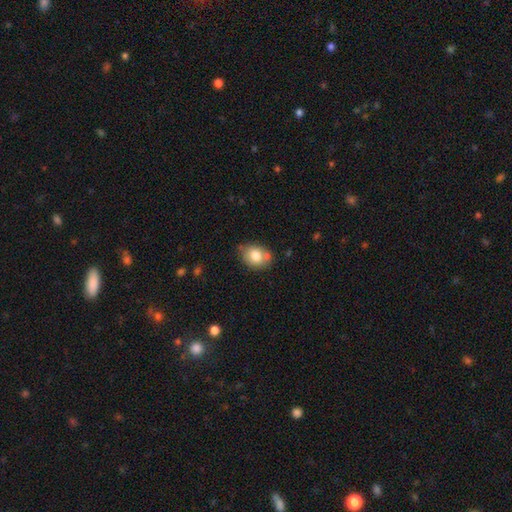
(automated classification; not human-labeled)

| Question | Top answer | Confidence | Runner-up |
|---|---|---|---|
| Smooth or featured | smooth | 77% | featured or disk (14%) |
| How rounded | in between | 60% | round (39%) |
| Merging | none | 63% | minor disturbance (19%) |